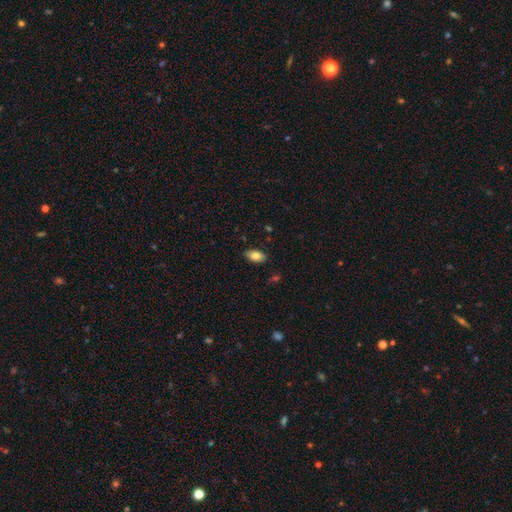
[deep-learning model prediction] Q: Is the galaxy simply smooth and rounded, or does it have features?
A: smooth — 78%.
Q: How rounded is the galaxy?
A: in between — 92%.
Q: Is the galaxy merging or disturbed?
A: none — 86%.